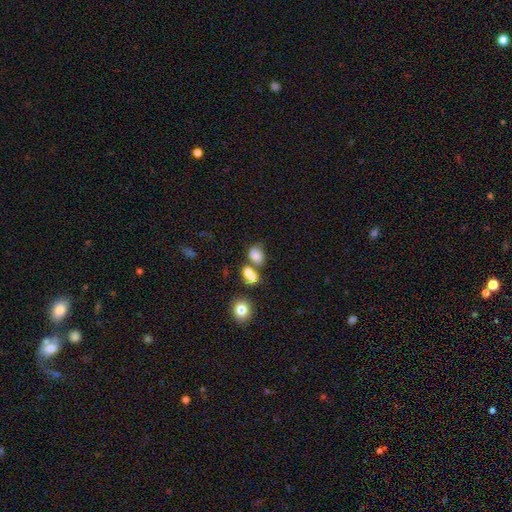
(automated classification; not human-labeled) The model was most divided on "merging": merger: 47%, none: 30%, minor disturbance: 14%, major disturbance: 9%. More confident: smooth or featured — smooth (75%); how rounded — in between (70%).